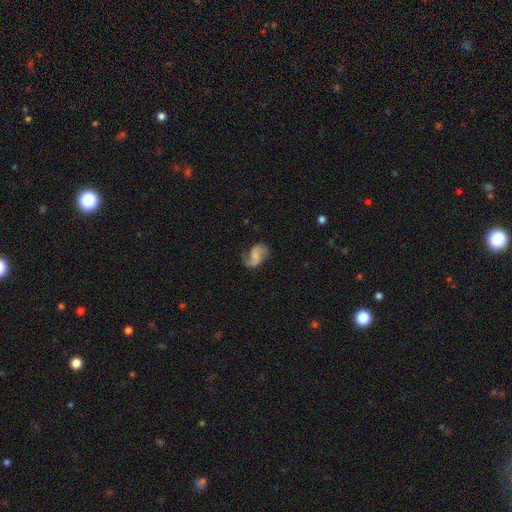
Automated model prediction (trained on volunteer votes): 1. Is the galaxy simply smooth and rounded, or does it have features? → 76% featured or disk, 17% smooth, 7% star or artifact.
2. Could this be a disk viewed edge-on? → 98% no, 2% yes.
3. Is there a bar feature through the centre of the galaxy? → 44% no, 43% weak, 13% strong.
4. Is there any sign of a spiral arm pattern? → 95% yes, 5% no.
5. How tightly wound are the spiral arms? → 57% loose, 35% medium, 9% tight.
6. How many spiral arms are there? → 87% 2, 8% 1, 3% can't tell, 1% 3, 1% 4, 1% more than 4.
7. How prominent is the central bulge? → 51% none, 27% small, 16% moderate, 4% large, 1% dominant.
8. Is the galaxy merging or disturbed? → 69% none, 19% minor disturbance, 10% major disturbance, 2% merger.